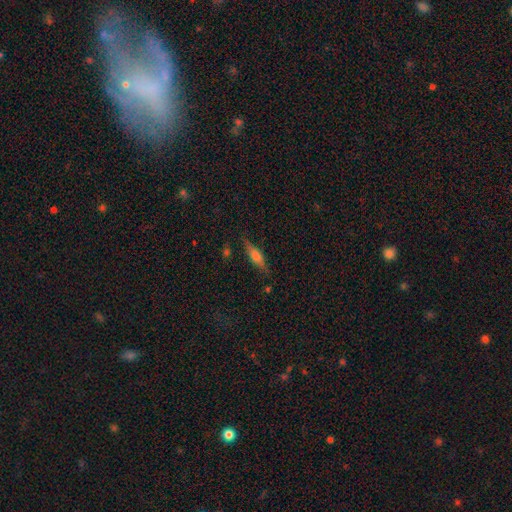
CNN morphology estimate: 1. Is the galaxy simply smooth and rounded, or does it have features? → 50% featured or disk, 41% smooth, 9% star or artifact.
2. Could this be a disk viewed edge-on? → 94% yes, 6% no.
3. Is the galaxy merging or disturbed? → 81% none, 13% minor disturbance, 3% major disturbance, 2% merger.